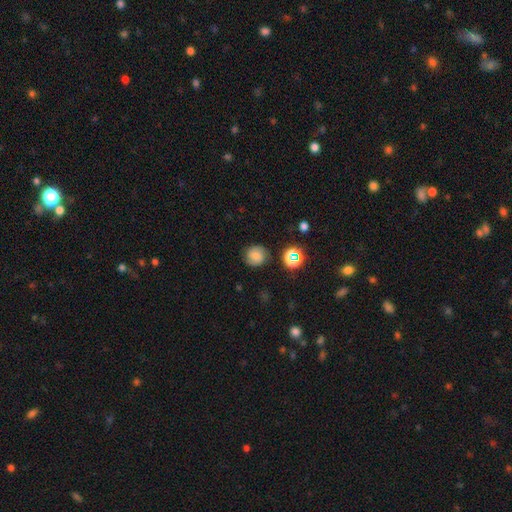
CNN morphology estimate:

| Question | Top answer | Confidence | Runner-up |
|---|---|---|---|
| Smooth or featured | smooth | 64% | featured or disk (20%) |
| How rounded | round | 87% | in between (12%) |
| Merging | none | 83% | minor disturbance (11%) |